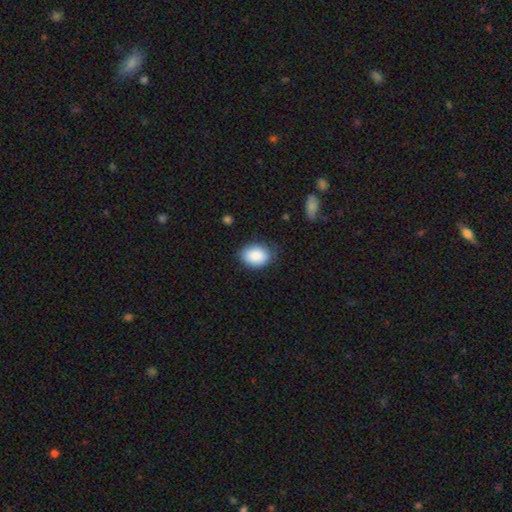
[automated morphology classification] smooth_or_featured: smooth (p=0.88) [alt: star or artifact p=0.07]
how_rounded: in between (p=0.74) [alt: round p=0.25]
merging: none (p=0.76) [alt: minor disturbance p=0.19]